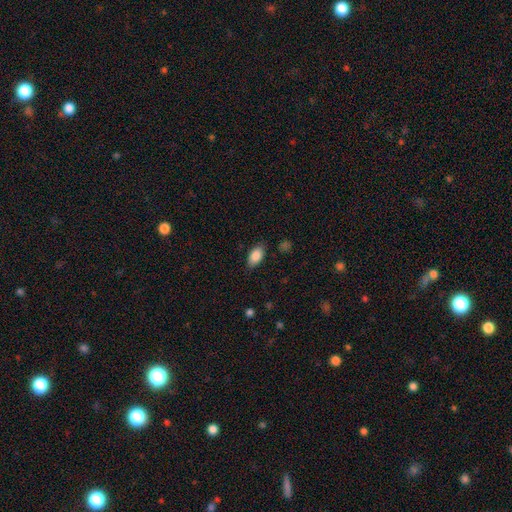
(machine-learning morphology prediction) Smooth or featured?
  - smooth: 87% *
  - star or artifact: 7%
  - featured or disk: 6%
How rounded?
  - in between: 92% *
  - round: 4%
  - cigar-shaped: 4%
Merging?
  - none: 82% *
  - minor disturbance: 13%
  - major disturbance: 3%
  - merger: 1%